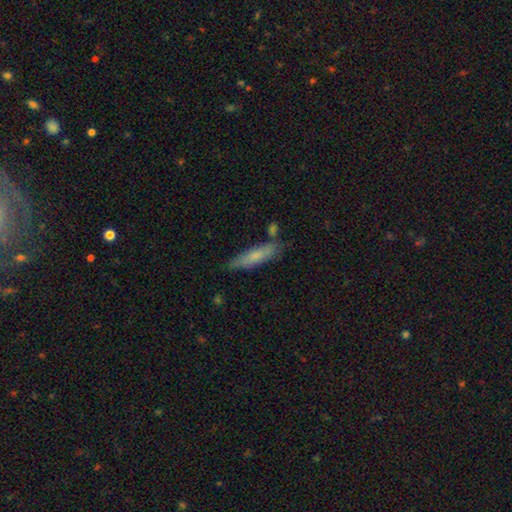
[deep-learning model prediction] Smooth or featured? Predicted: smooth (p=0.69). How rounded? Predicted: cigar-shaped (p=0.74). Merging? Predicted: none (p=0.69).